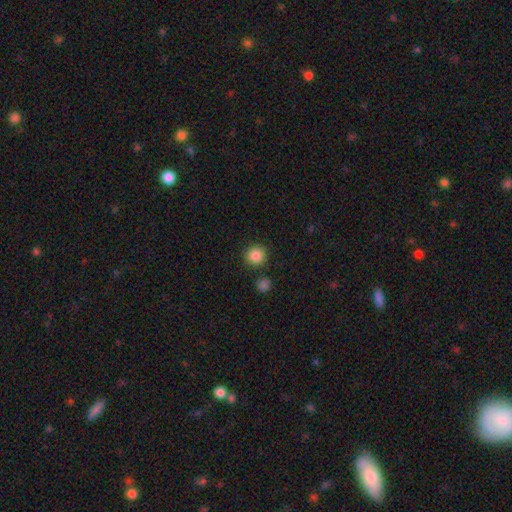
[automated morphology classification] This appears to be a smooth galaxy with no disk features (86%) that is round (92%). Merging: none (86%).